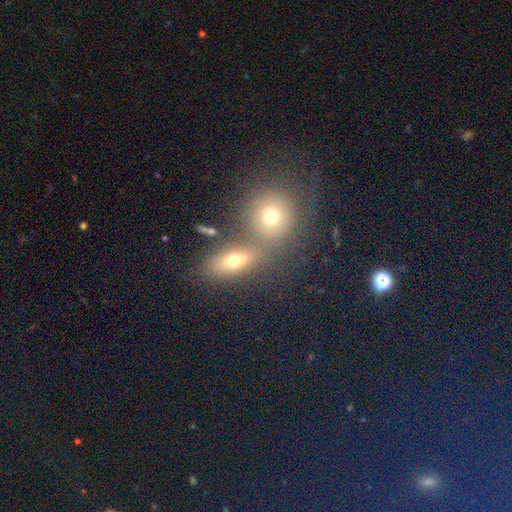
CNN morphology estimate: smooth 60%, star or artifact 21%, featured or disk 19%. Down the decision tree: how rounded — in between (48%); merging — none (46%).